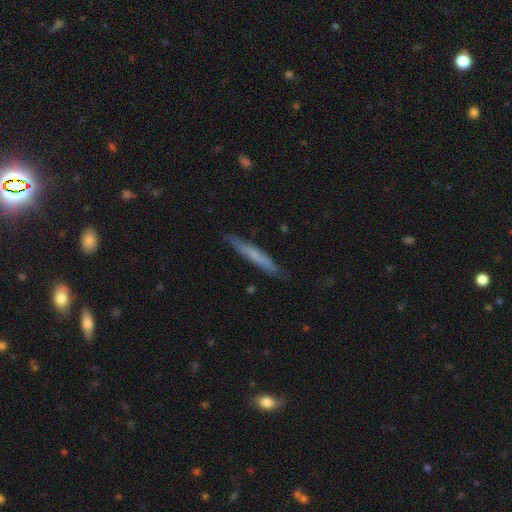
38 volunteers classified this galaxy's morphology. Smooth or featured? smooth (47%)
How rounded? cigar-shaped (94%)
Merging? none (85%)